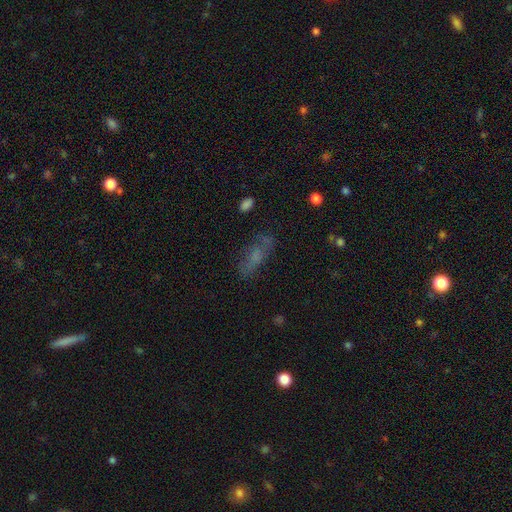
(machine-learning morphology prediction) Smooth or featured? Predicted: smooth (p=0.48). Merging? Predicted: none (p=0.67).